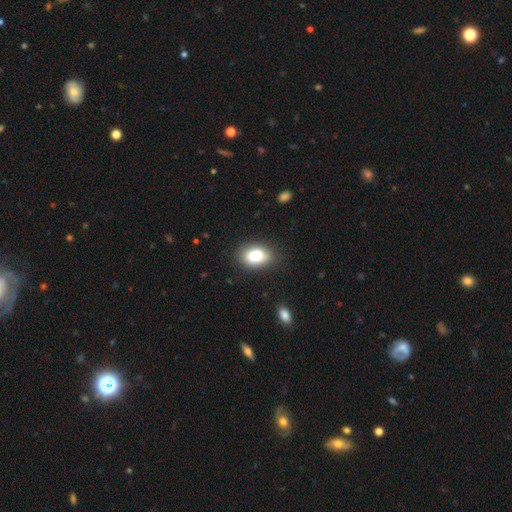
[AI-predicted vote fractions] Smooth or featured? smooth (84%)
How rounded? in between (83%)
Merging? none (80%)